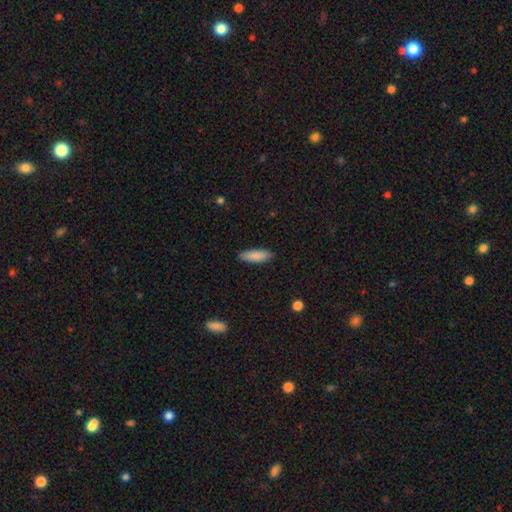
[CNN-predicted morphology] Smooth or featured?
  - smooth: 87% *
  - featured or disk: 7%
  - star or artifact: 6%
How rounded?
  - in between: 50% *
  - cigar-shaped: 48%
  - round: 2%
Merging?
  - none: 86% *
  - minor disturbance: 10%
  - major disturbance: 2%
  - merger: 1%